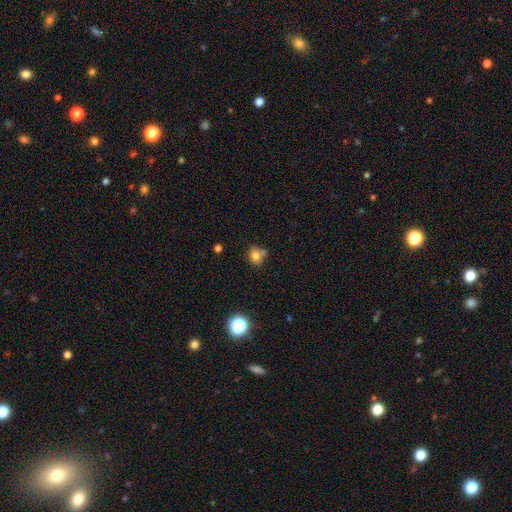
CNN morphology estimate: This appears to be a smooth galaxy with no disk features (77%) that is round (71%). Merging: none (57%).